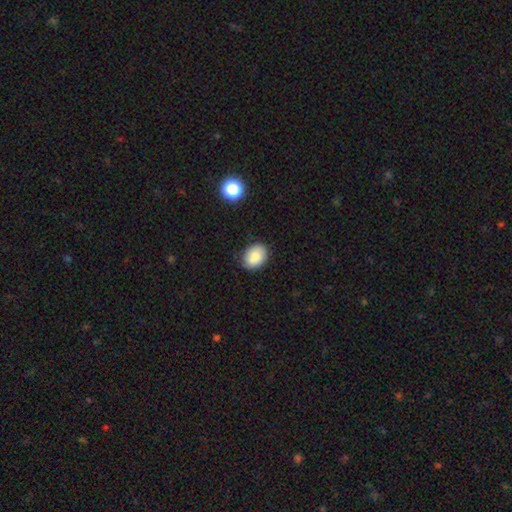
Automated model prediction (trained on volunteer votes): This appears to be a smooth galaxy with no disk features (84%) that is in between round and cigar-shaped (65%). Merging: none (84%).